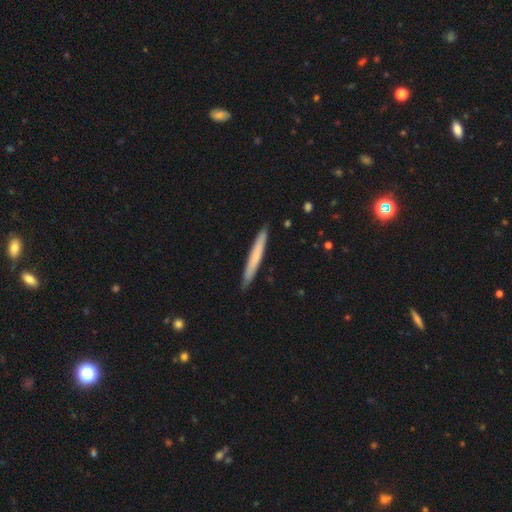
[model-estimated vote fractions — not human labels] The model was most divided on "smooth or featured": smooth: 61%, featured or disk: 33%, star or artifact: 5%. More confident: how rounded — cigar-shaped (96%); merging — none (90%).